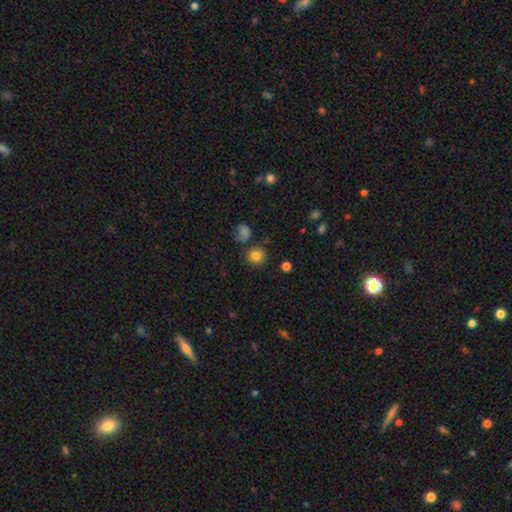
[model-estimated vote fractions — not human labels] Smooth or featured?
  - smooth: 81% *
  - star or artifact: 12%
  - featured or disk: 7%
How rounded?
  - round: 88% *
  - in between: 11%
  - cigar-shaped: 1%
Merging?
  - none: 79% *
  - minor disturbance: 11%
  - merger: 6%
  - major disturbance: 4%